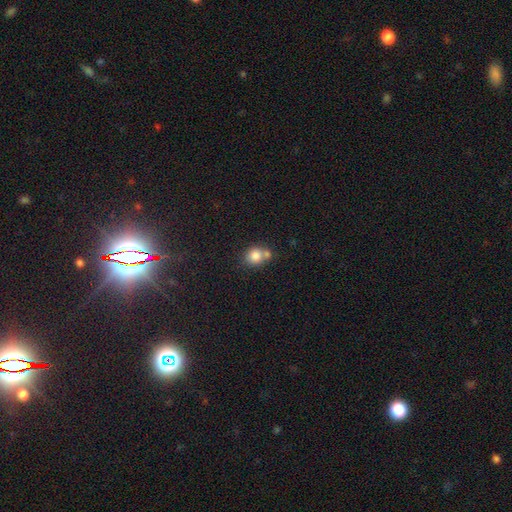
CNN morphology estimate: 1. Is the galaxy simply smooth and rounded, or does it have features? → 80% smooth, 11% star or artifact, 9% featured or disk.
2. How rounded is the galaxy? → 78% round, 21% in between, 1% cigar-shaped.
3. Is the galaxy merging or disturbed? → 46% none, 39% merger, 11% minor disturbance, 4% major disturbance.